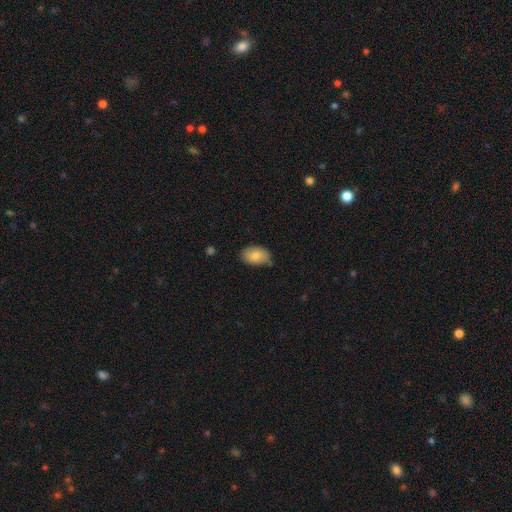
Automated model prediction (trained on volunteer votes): The model was most divided on "merging": none: 78%, minor disturbance: 17%, major disturbance: 3%, merger: 3%. More confident: how rounded — in between (88%); smooth or featured — smooth (80%).